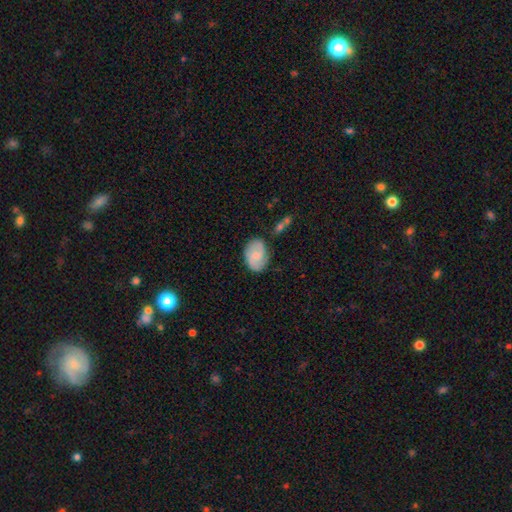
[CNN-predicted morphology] smooth-or-featured: featured or disk: 48% | smooth: 45% | star or artifact: 7%
  merging: none: 73% | minor disturbance: 19% | major disturbance: 5% | merger: 3%